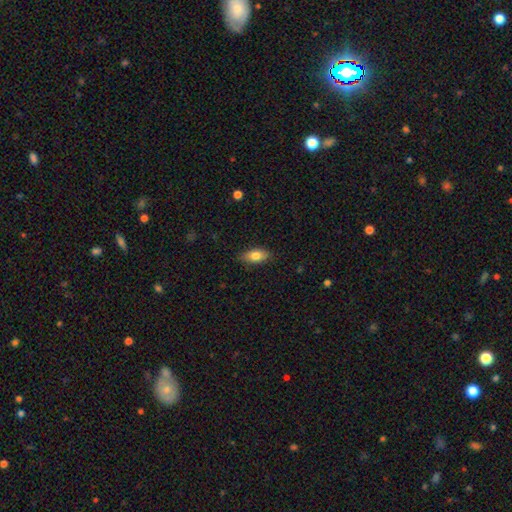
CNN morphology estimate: Smooth or featured: smooth — 79% (featured or disk — 14%)
How rounded: in between — 86% (cigar-shaped — 10%)
Merging: none — 85% (minor disturbance — 12%)